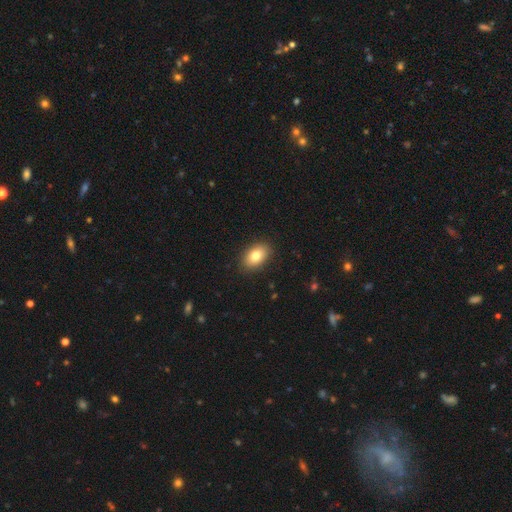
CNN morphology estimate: This is clearly a smooth galaxy (82%). How rounded: clearly in between (87%). Merging: clearly none (89%).